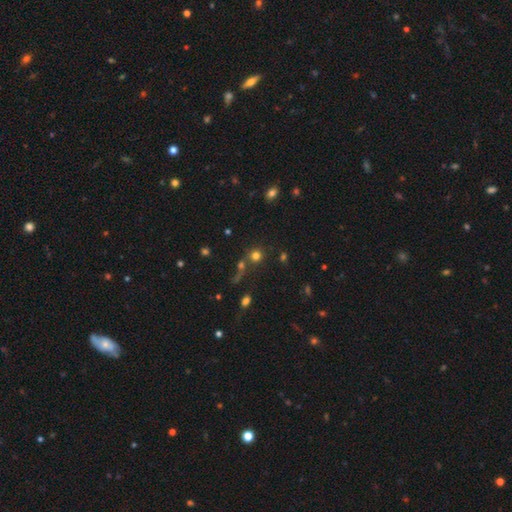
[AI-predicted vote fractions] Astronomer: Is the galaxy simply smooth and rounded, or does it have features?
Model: smooth — 70%.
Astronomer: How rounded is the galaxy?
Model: round — 91%.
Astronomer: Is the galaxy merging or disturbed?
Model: none — 65%.